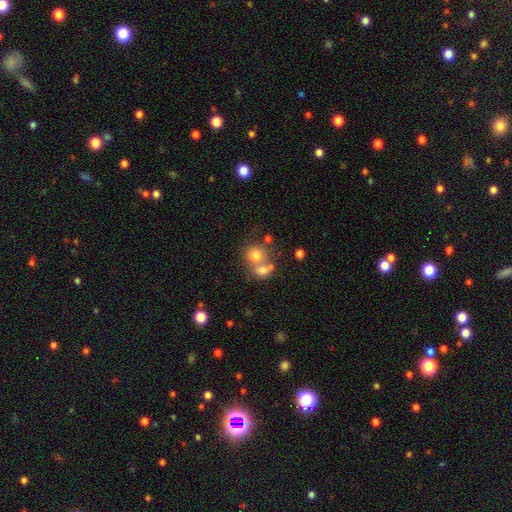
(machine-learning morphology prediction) This appears to be a smooth galaxy with no disk features (74%) that is round (77%). Merging: merger (49%).